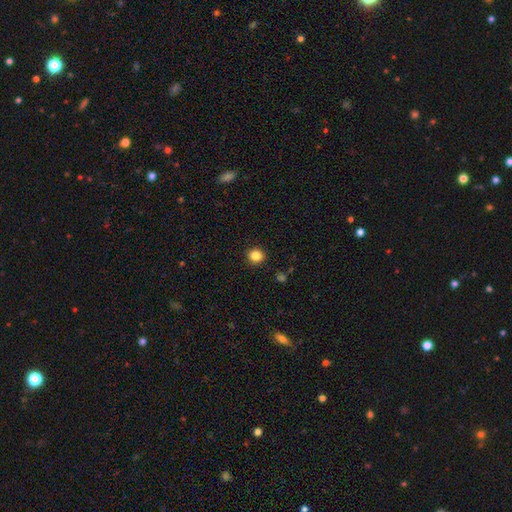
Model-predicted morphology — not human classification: This is clearly a smooth galaxy (85%). How rounded: clearly round (89%). Merging: clearly none (91%).